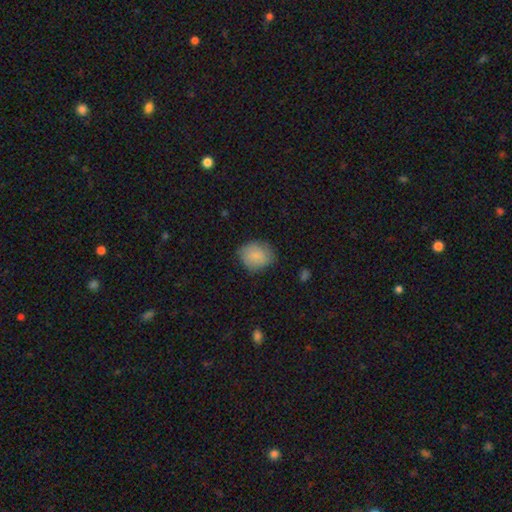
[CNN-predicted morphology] Q: Smooth or featured?
A: smooth (84%); runner-up: featured or disk (8%)
Q: How rounded?
A: round (63%); runner-up: in between (36%)
Q: Merging?
A: none (72%); runner-up: minor disturbance (22%)